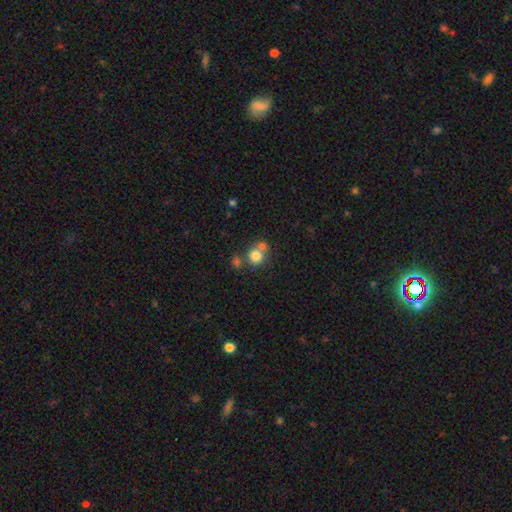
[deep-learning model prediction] This appears to be a smooth galaxy with no disk features (77%) that is round (86%). Merging: none (50%).